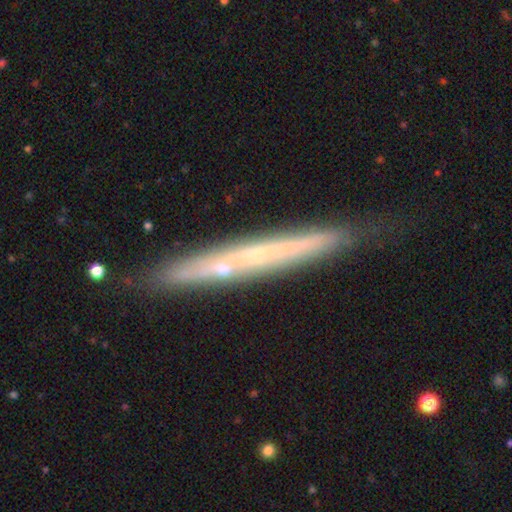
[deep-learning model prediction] A featured or disk galaxy (68%) viewed edge-on (91%) with no central bulge (72%).

Vote fractions:
- Smooth or featured? featured or disk: 68% / smooth: 24% / star or artifact: 7%
- Edge-on disk? yes: 91% / no: 9%
- Edge-on bulge? none: 72% / rounded: 24% / boxy: 4%
- Merging? none: 80% / minor disturbance: 15% / merger: 3% / major disturbance: 3%